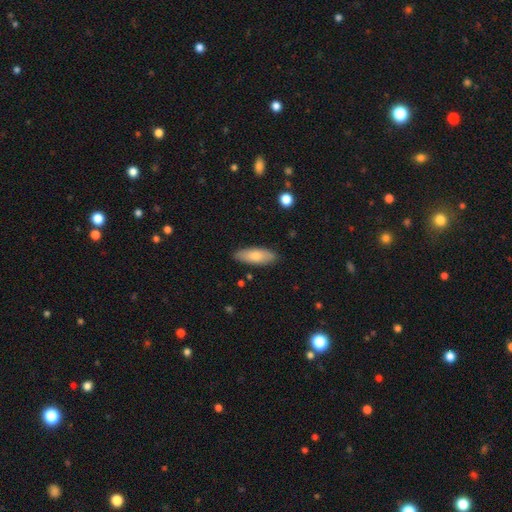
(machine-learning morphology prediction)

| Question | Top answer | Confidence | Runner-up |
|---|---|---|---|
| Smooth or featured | smooth | 76% | featured or disk (18%) |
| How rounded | in between | 71% | cigar-shaped (27%) |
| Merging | none | 86% | minor disturbance (10%) |